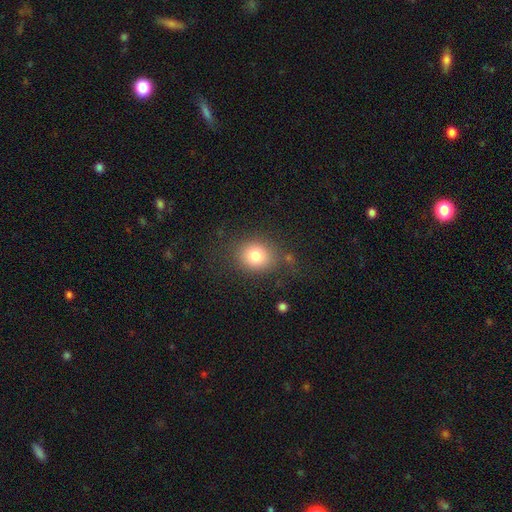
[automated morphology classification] The model was most divided on "how rounded": round: 68%, in between: 31%, cigar-shaped: 1%. More confident: merging — none (79%); smooth or featured — smooth (78%).